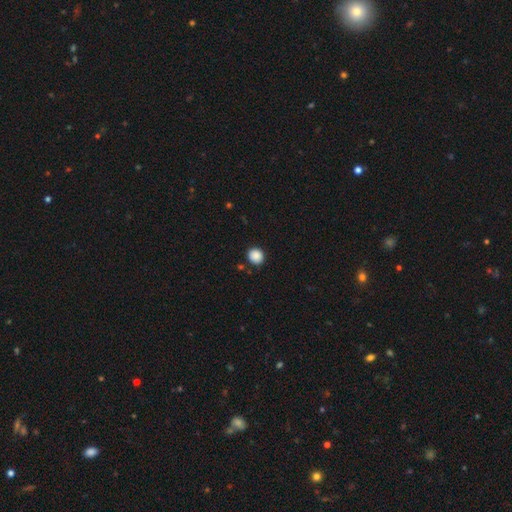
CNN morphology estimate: smooth_or_featured: smooth (p=0.88) [alt: star or artifact p=0.09]
how_rounded: round (p=0.86) [alt: in between p=0.13]
merging: none (p=0.88) [alt: minor disturbance p=0.08]